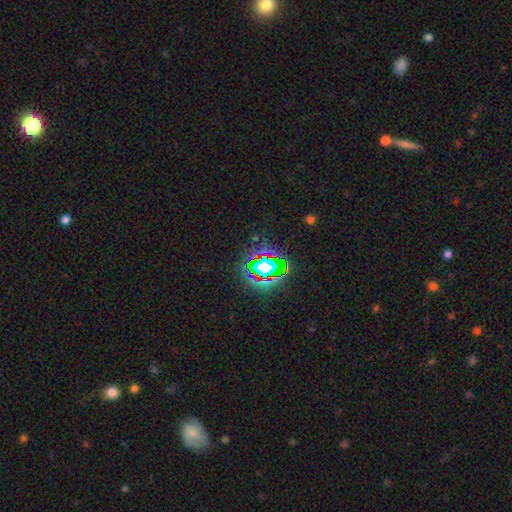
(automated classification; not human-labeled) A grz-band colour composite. It shows a star or artifact, not a galaxy (79%).